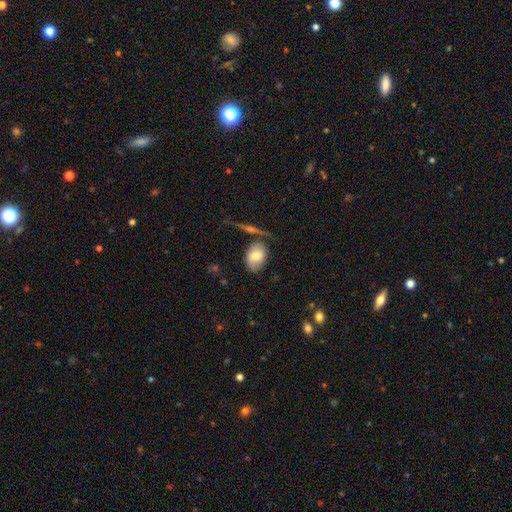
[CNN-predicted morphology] This appears to be a smooth galaxy with no disk features (71%) that is in between round and cigar-shaped (76%). Merging: none (58%).